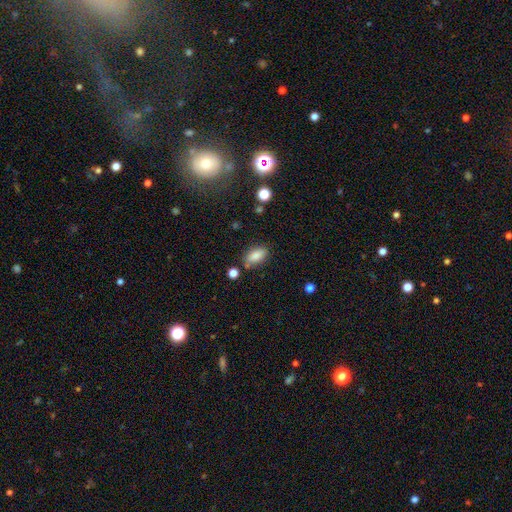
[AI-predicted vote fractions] smooth-or-featured: smooth: 85% | star or artifact: 8% | featured or disk: 7%
  how-rounded: in between: 89% | cigar-shaped: 7% | round: 4%
  merging: none: 73% | minor disturbance: 16% | merger: 7% | major disturbance: 4%